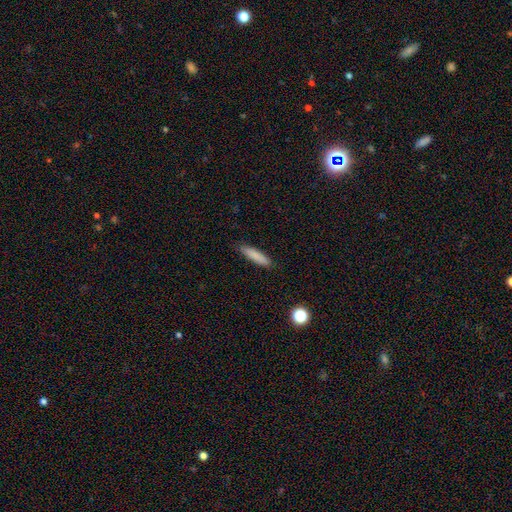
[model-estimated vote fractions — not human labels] Smooth or featured? smooth (85%)
How rounded? cigar-shaped (76%)
Merging? none (87%)